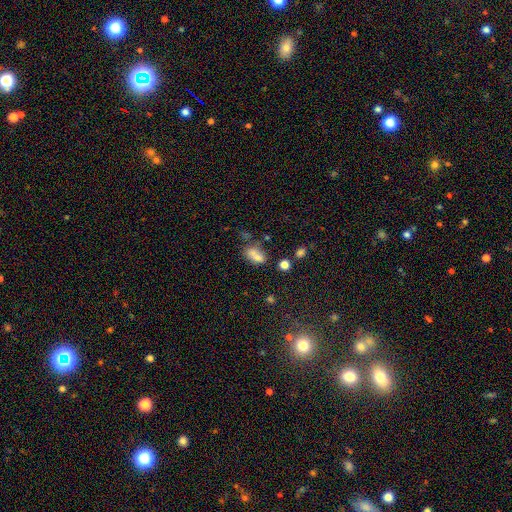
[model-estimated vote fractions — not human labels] smooth_or_featured: smooth (p=0.71) [alt: featured or disk p=0.16]
how_rounded: in between (p=0.79) [alt: round p=0.17]
merging: merger (p=0.39) [alt: none p=0.33]